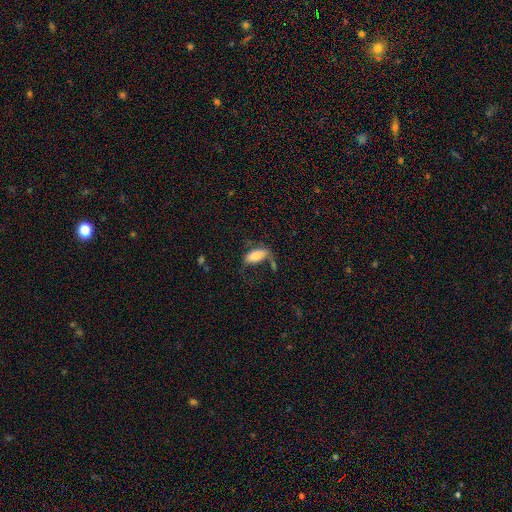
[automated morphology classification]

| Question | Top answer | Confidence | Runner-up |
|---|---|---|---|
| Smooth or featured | smooth | 77% | featured or disk (15%) |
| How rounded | in between | 82% | cigar-shaped (16%) |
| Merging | none | 44% | minor disturbance (23%) |